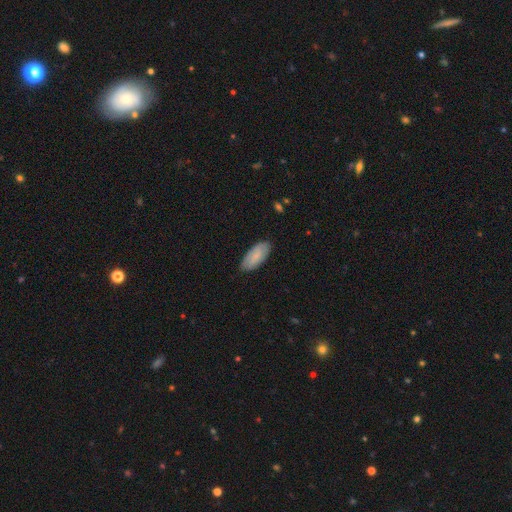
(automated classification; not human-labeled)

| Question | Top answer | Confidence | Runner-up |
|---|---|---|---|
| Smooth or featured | smooth | 78% | featured or disk (16%) |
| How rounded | in between | 89% | cigar-shaped (10%) |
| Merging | none | 80% | minor disturbance (17%) |